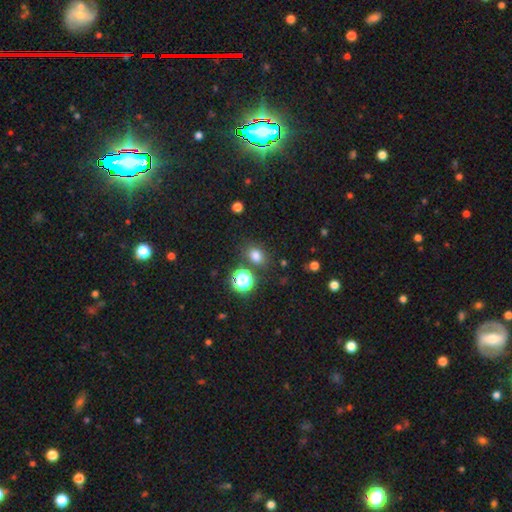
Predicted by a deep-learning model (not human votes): A smooth galaxy with no disk features (76%) that is in between round and cigar-shaped (53%).

Vote fractions:
- Smooth or featured? smooth: 76% / star or artifact: 18% / featured or disk: 6%
- How rounded? in between: 53% / round: 46% / cigar-shaped: 1%
- Merging? none: 77% / minor disturbance: 12% / merger: 7% / major disturbance: 4%